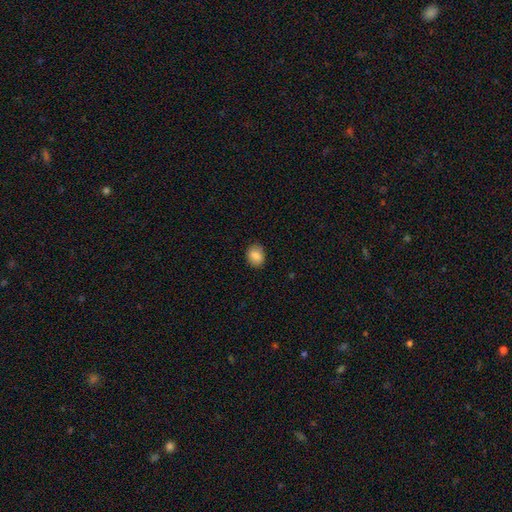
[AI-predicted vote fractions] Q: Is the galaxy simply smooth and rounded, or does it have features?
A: smooth — 86%.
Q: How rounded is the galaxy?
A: round — 51%.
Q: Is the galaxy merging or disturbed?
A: none — 87%.